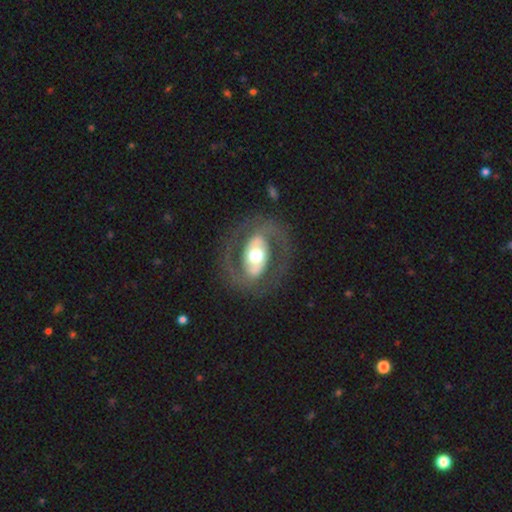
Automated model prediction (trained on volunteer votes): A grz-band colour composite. It shows a featured or disk galaxy (79%) with no bar (39%), 2 (88%) medium (48%) spiral arms (69%) and a moderate central bulge (58%). Merging: none (78%).